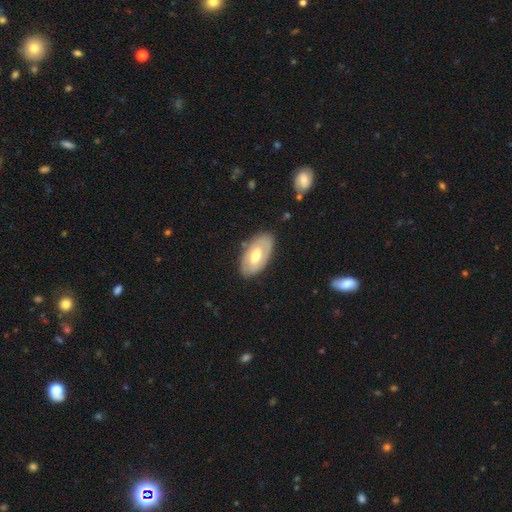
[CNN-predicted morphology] smooth_or_featured: featured or disk (p=0.56) [alt: smooth p=0.39]
disk_edge_on: no (p=0.89) [alt: yes p=0.11]
bar: no (p=0.48) [alt: weak p=0.37]
has_spiral_arms: no (p=0.60) [alt: yes p=0.40]
bulge_size: moderate (p=0.72) [alt: large p=0.13]
merging: none (p=0.82) [alt: minor disturbance p=0.13]